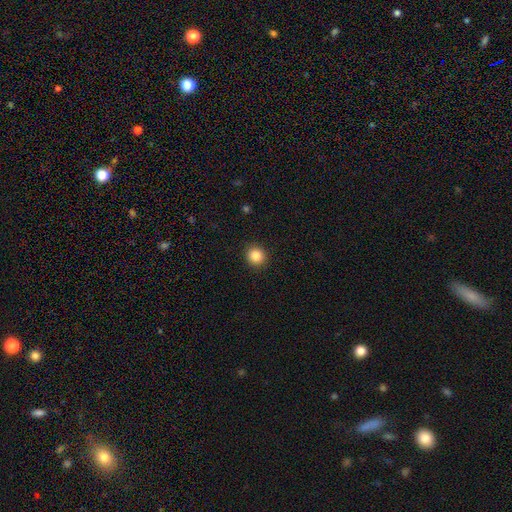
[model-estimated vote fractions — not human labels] Morphology: type=smooth (87%); roundness=round (89%); merging=none (91%).